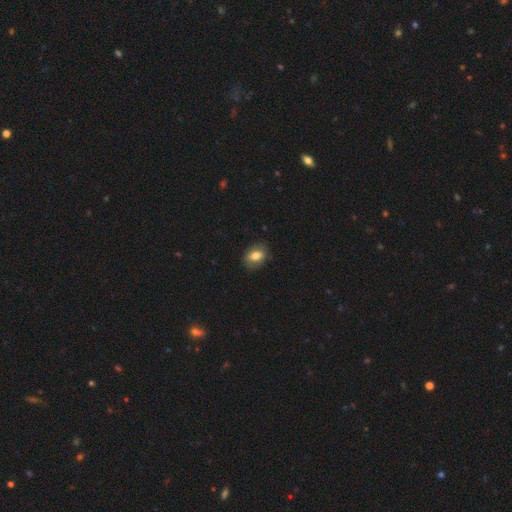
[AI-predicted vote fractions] A smooth galaxy with no disk features (75%) that is in between round and cigar-shaped (77%). Merging: none (80%).